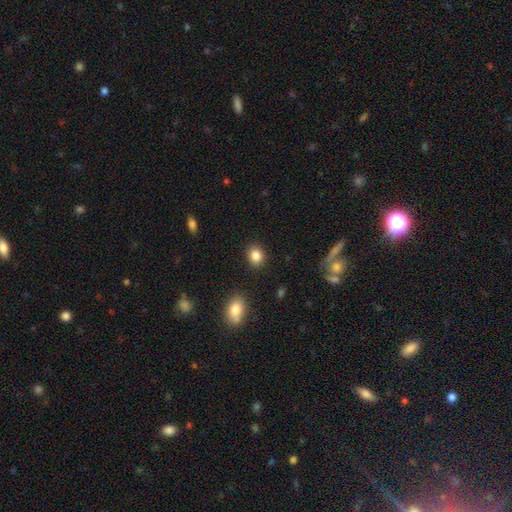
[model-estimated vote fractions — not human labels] Morphology: type=smooth (86%); roundness=round (58%); merging=none (89%).